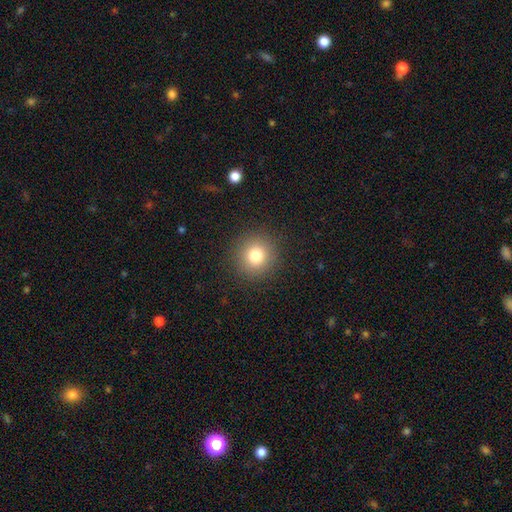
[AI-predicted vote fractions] Smooth or featured: smooth — 79% (star or artifact — 12%)
How rounded: round — 93% (in between — 6%)
Merging: none — 90% (minor disturbance — 6%)